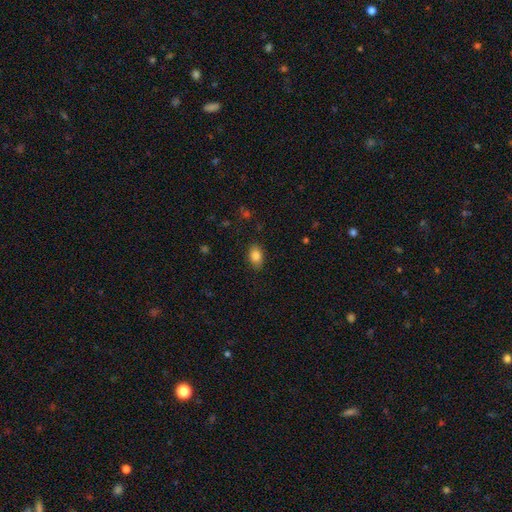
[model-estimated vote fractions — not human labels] smooth-or-featured: smooth: 85% | star or artifact: 9% | featured or disk: 6%
  how-rounded: in between: 83% | round: 15% | cigar-shaped: 2%
  merging: none: 85% | minor disturbance: 11% | major disturbance: 3% | merger: 1%